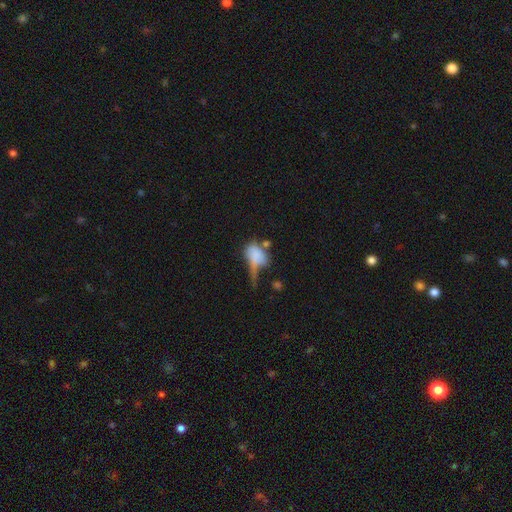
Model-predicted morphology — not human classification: Q: Smooth or featured?
A: smooth (69%); runner-up: featured or disk (21%)
Q: How rounded?
A: in between (81%); runner-up: round (16%)
Q: Merging?
A: major disturbance (41%); runner-up: minor disturbance (21%)